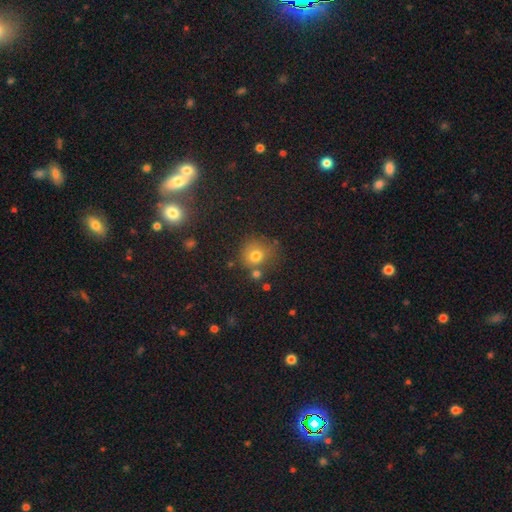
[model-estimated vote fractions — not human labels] smooth_or_featured: smooth (p=0.75) [alt: star or artifact p=0.15]
how_rounded: round (p=0.85) [alt: in between p=0.14]
merging: none (p=0.67) [alt: minor disturbance p=0.15]